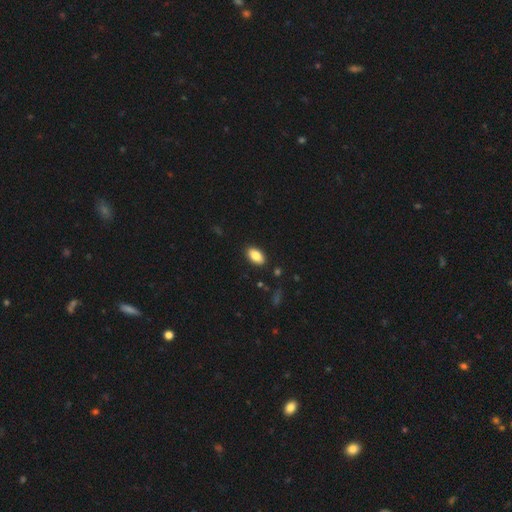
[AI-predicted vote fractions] Smooth or featured? smooth (84%)
How rounded? in between (93%)
Merging? none (89%)